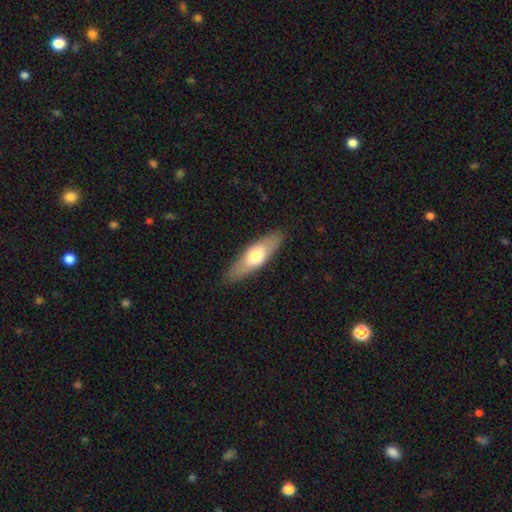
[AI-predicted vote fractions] Smooth or featured?
  - smooth: 60% *
  - featured or disk: 34%
  - star or artifact: 5%
How rounded?
  - in between: 51% *
  - cigar-shaped: 47%
  - round: 2%
Merging?
  - none: 86% *
  - minor disturbance: 11%
  - major disturbance: 2%
  - merger: 1%